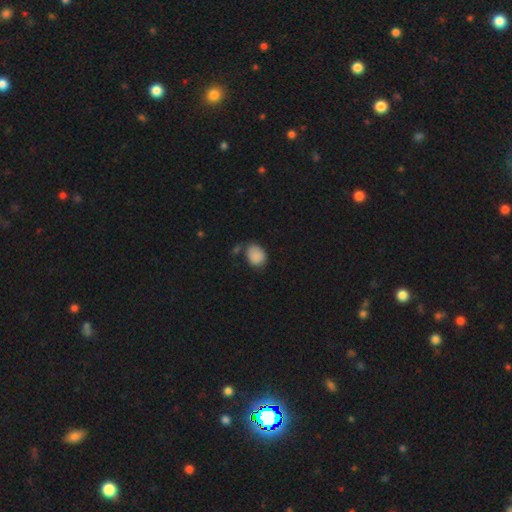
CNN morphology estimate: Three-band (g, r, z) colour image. It shows a smooth galaxy with no disk features (87%) that is in between round and cigar-shaped (58%). Merging: none (59%).